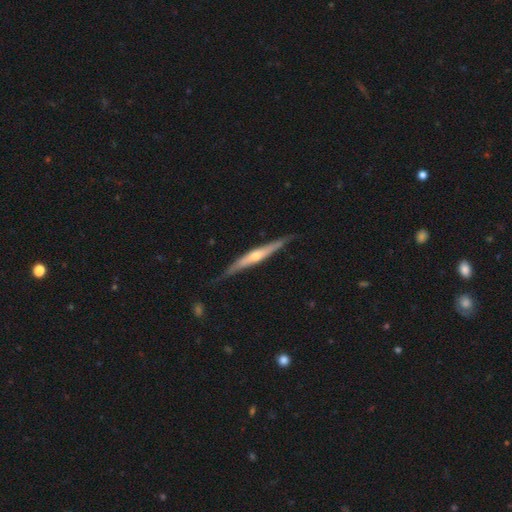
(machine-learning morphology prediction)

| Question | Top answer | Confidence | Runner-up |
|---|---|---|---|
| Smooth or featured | featured or disk | 68% | smooth (26%) |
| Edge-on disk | yes | 95% | no (5%) |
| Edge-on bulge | rounded | 73% | none (21%) |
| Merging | none | 82% | minor disturbance (15%) |